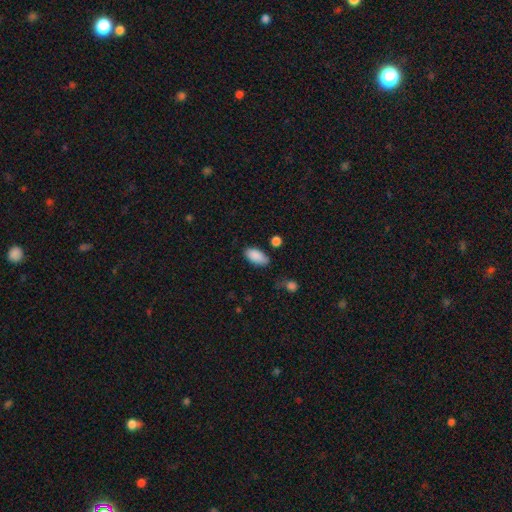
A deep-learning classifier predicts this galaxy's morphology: This is clearly a smooth galaxy (88%). How rounded: clearly in between (93%). Merging: likely none (73%).